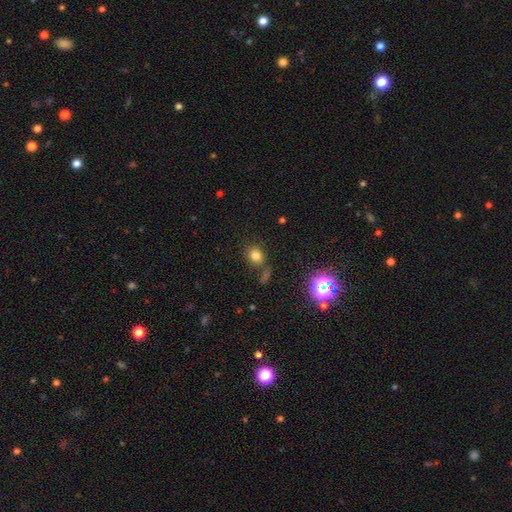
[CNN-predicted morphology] Smooth or featured?
  - smooth: 75% *
  - star or artifact: 17%
  - featured or disk: 8%
How rounded?
  - round: 69% *
  - in between: 30%
  - cigar-shaped: 1%
Merging?
  - none: 70% *
  - minor disturbance: 13%
  - merger: 12%
  - major disturbance: 5%